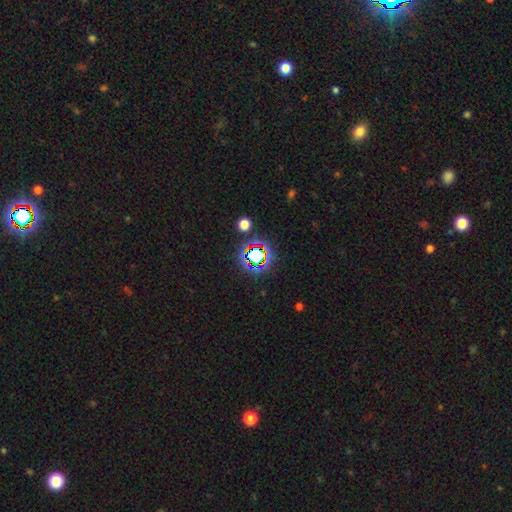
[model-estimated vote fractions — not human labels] Overall: star or artifact (66%).